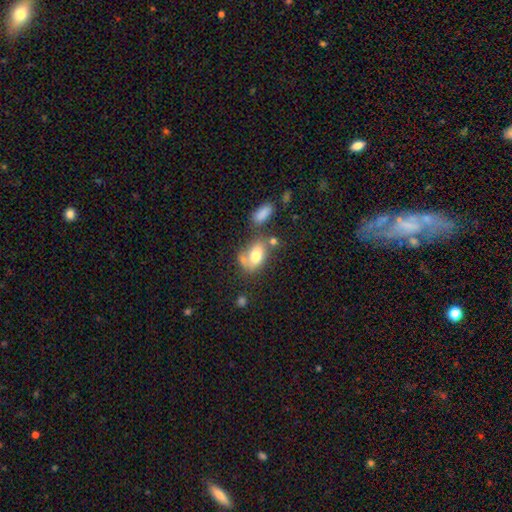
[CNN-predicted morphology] type=smooth (71%); roundness=in between (84%); merging=none (38%).